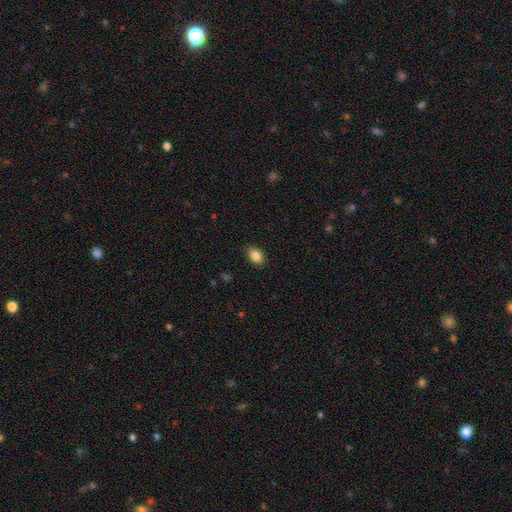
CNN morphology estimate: Smooth or featured? smooth (87%)
How rounded? in between (85%)
Merging? none (87%)